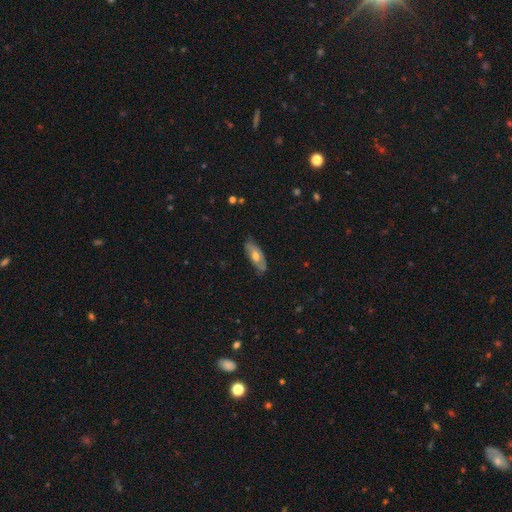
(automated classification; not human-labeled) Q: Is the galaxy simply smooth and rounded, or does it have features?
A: smooth — 47%.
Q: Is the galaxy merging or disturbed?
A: none — 74%.